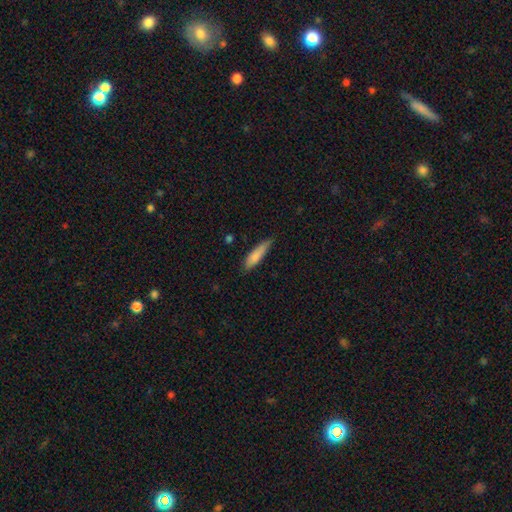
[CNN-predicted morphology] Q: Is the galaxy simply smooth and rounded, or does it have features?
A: smooth — 82%.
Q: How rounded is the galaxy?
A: cigar-shaped — 73%.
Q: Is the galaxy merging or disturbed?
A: none — 69%.